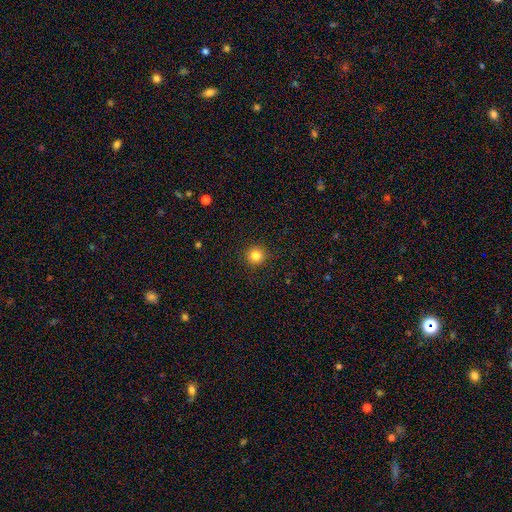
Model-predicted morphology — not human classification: Smooth or featured? smooth (83%)
How rounded? round (94%)
Merging? none (91%)